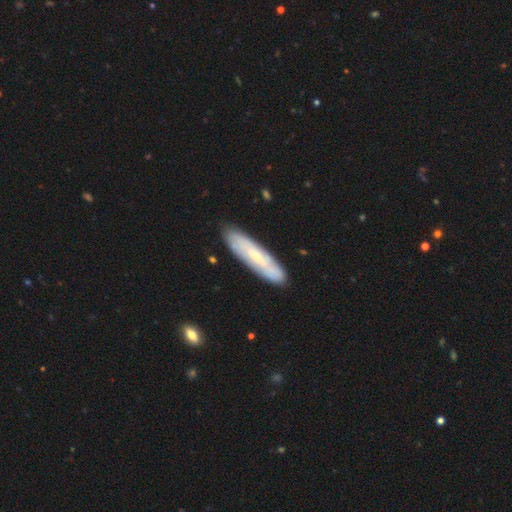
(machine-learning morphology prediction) Q: Smooth or featured?
A: featured or disk (49%); runner-up: smooth (45%)
Q: Merging?
A: none (86%); runner-up: minor disturbance (10%)